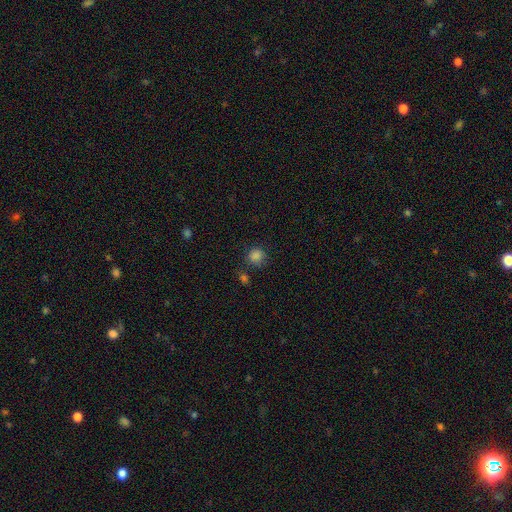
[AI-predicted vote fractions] Smooth or featured? Predicted: smooth (p=0.83). How rounded? Predicted: round (p=0.86). Merging? Predicted: none (p=0.76).